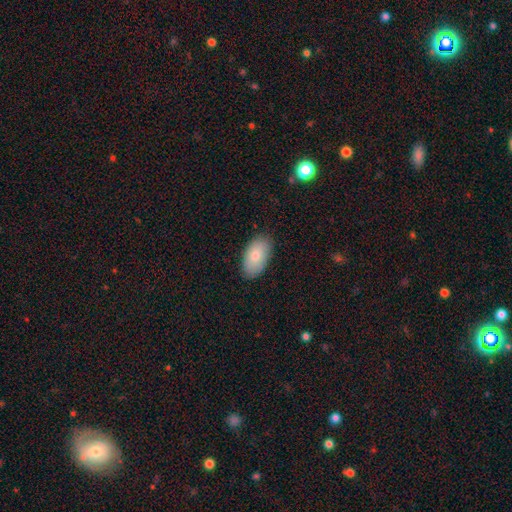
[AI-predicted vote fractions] Q: Smooth or featured?
A: smooth (81%); runner-up: featured or disk (13%)
Q: How rounded?
A: in between (95%); runner-up: round (4%)
Q: Merging?
A: none (85%); runner-up: minor disturbance (11%)